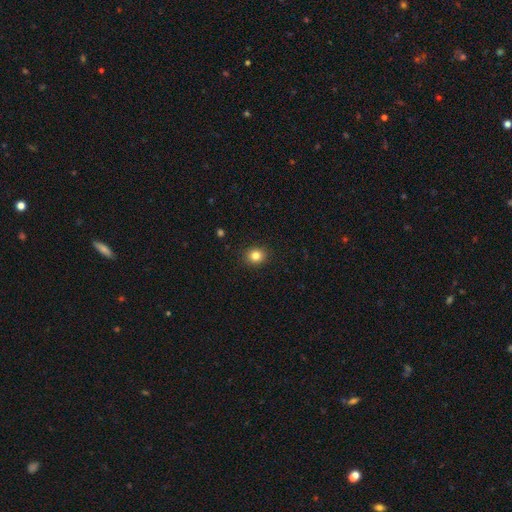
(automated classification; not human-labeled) The model was most divided on "how rounded": round: 75%, in between: 24%, cigar-shaped: 1%. More confident: merging — none (91%); smooth or featured — smooth (83%).